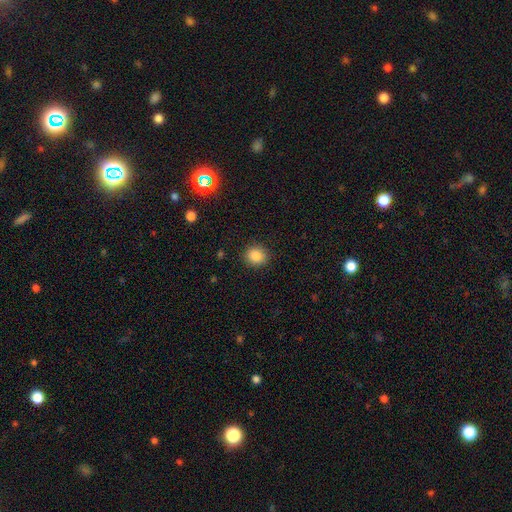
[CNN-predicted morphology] The model was most divided on "how rounded": round: 85%, in between: 14%, cigar-shaped: 1%. More confident: merging — none (90%); smooth or featured — smooth (86%).